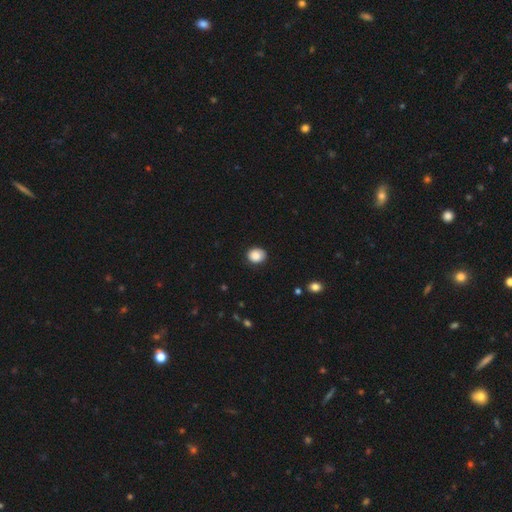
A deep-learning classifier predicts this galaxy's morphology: A smooth galaxy with no disk features (88%) that is round (68%). Merging: none (83%).